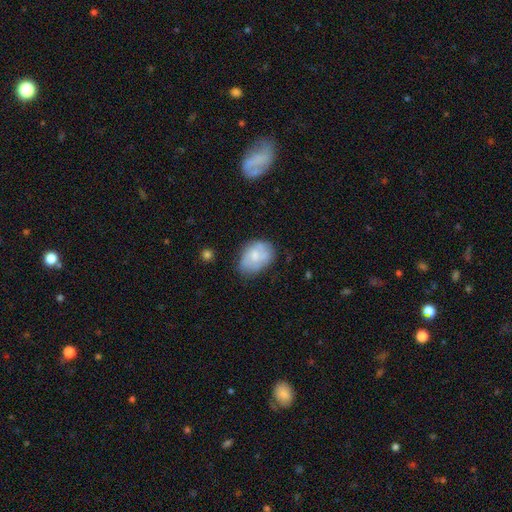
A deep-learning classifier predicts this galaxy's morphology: Smooth or featured?
  - smooth: 58% *
  - featured or disk: 34%
  - star or artifact: 8%
How rounded?
  - in between: 77% *
  - round: 22%
  - cigar-shaped: 1%
Merging?
  - none: 55% *
  - minor disturbance: 31%
  - major disturbance: 10%
  - merger: 4%